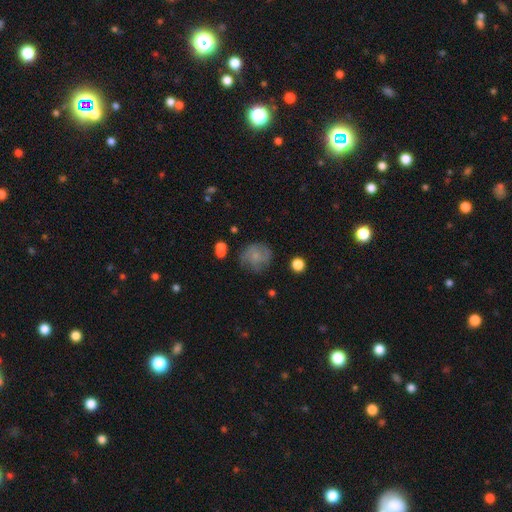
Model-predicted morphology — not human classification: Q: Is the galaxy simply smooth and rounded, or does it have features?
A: featured or disk — 46%.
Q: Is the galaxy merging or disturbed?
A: none — 64%.